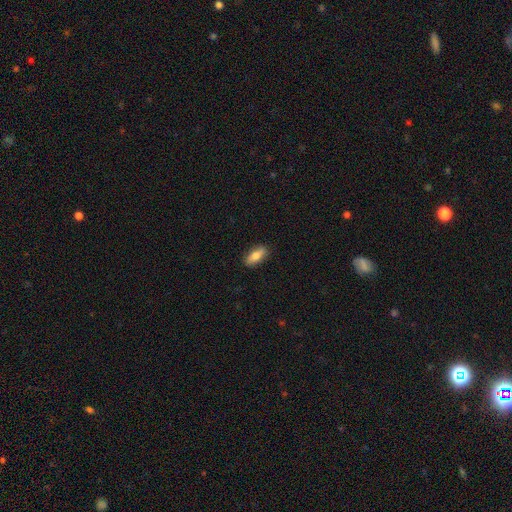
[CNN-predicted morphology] smooth-or-featured: smooth: 72% | featured or disk: 21% | star or artifact: 7%
  how-rounded: in between: 75% | cigar-shaped: 21% | round: 3%
  merging: none: 87% | minor disturbance: 10% | major disturbance: 2% | merger: 1%